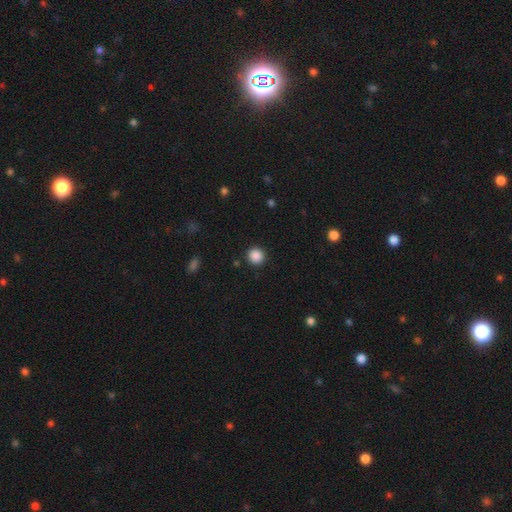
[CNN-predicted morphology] Smooth or featured? smooth (88%)
How rounded? round (94%)
Merging? none (92%)